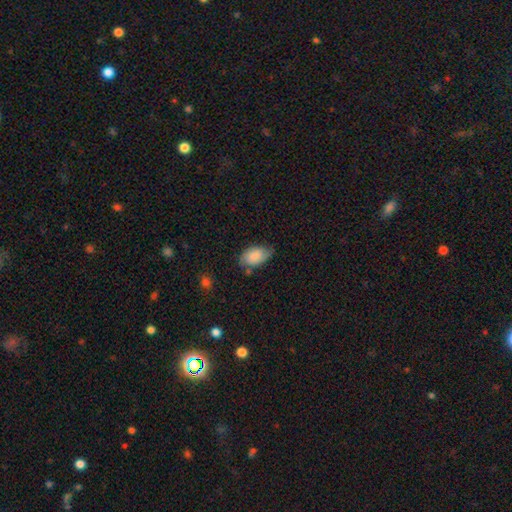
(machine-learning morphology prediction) smooth 75%, featured or disk 17%, star or artifact 7%. Down the decision tree: how rounded — in between (92%); merging — none (57%).